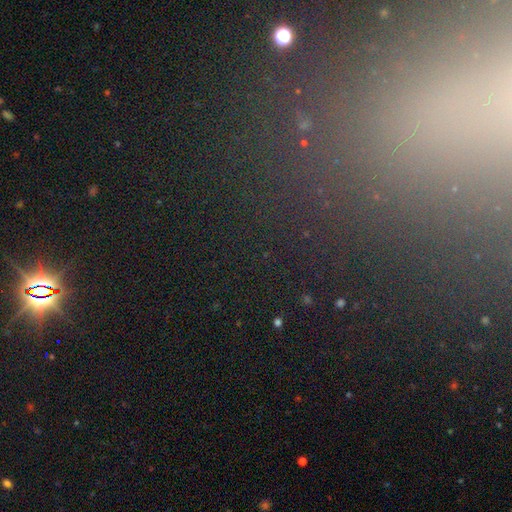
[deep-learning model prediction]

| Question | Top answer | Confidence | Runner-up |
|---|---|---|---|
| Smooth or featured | star or artifact | 67% | smooth (20%) |